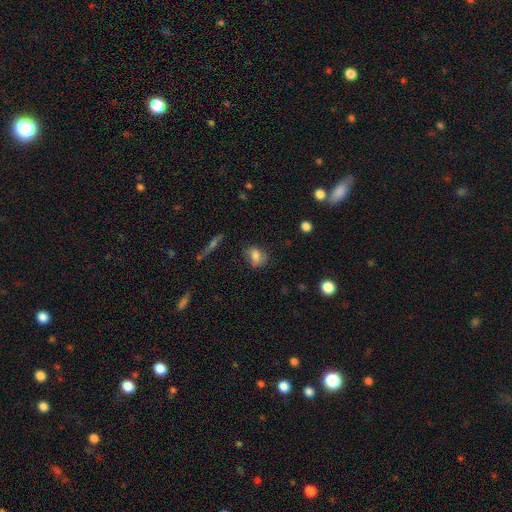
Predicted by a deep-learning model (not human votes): Smooth or featured? Predicted: smooth (p=0.72). How rounded? Predicted: in between (p=0.56). Merging? Predicted: none (p=0.64).